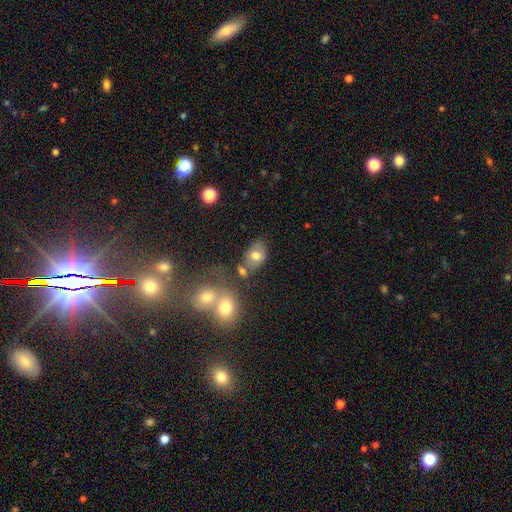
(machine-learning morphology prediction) smooth_or_featured: smooth (p=0.71) [alt: featured or disk p=0.19]
how_rounded: in between (p=0.80) [alt: round p=0.18]
merging: none (p=0.58) [alt: merger p=0.19]